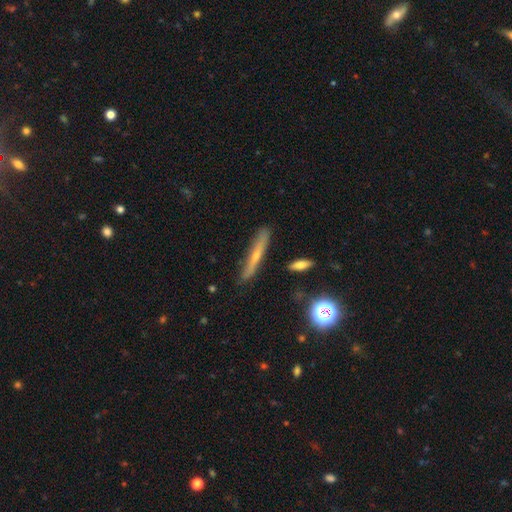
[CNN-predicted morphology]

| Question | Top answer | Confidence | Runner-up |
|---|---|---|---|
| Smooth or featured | featured or disk | 52% | smooth (37%) |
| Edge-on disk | yes | 91% | no (9%) |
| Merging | none | 84% | minor disturbance (12%) |